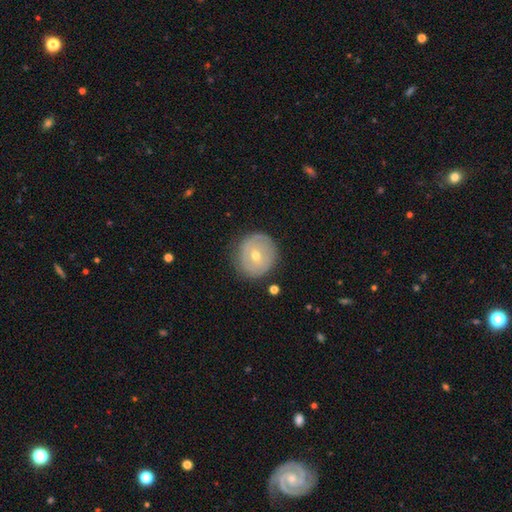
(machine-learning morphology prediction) A featured or disk galaxy (53%) with no bar (71%), spiral arms (54%) and a small central bulge (49%). Merging: none (82%).